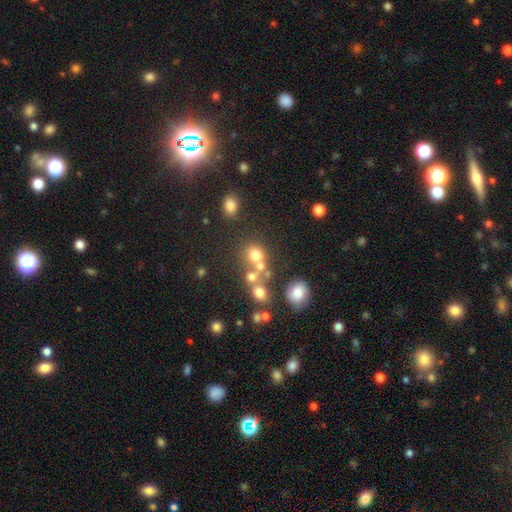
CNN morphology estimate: smooth_or_featured: smooth (p=0.67) [alt: star or artifact p=0.18]
how_rounded: round (p=0.79) [alt: in between p=0.19]
merging: none (p=0.48) [alt: merger p=0.35]